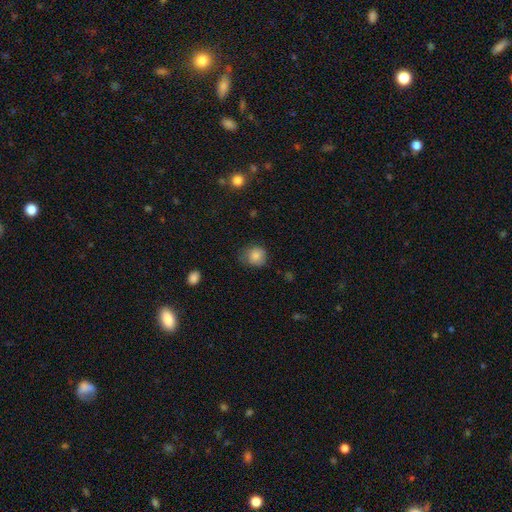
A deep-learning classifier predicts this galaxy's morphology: A smooth galaxy with no disk features (84%) that is round (78%). Merging: none (63%).